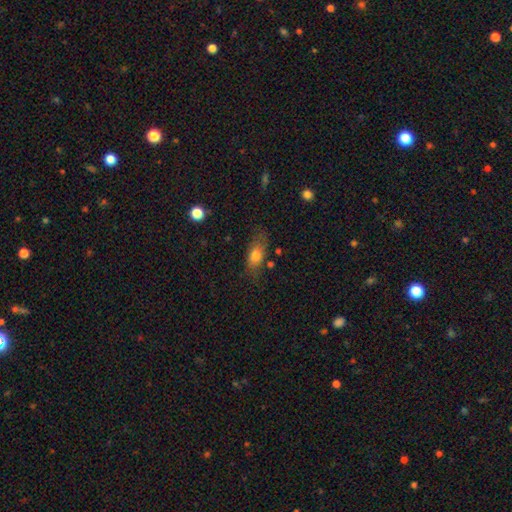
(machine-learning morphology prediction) Smooth or featured: smooth — 74% (featured or disk — 17%)
How rounded: in between — 79% (cigar-shaped — 13%)
Merging: none — 66% (minor disturbance — 23%)